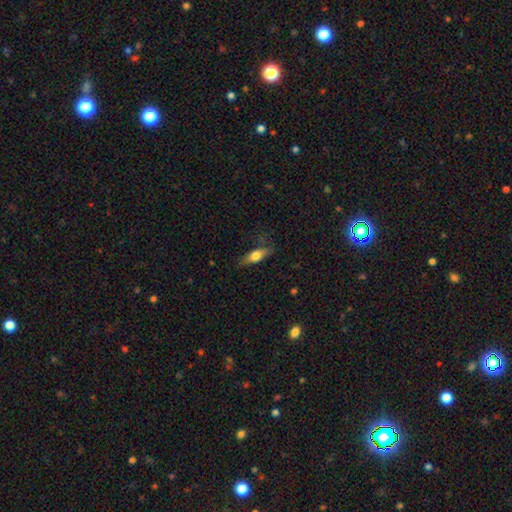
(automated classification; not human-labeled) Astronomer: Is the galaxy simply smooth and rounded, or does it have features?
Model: smooth — 64%.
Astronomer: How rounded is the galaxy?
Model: in between — 58% (runner-up: cigar-shaped, 38%).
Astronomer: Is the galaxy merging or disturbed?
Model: none — 74%.